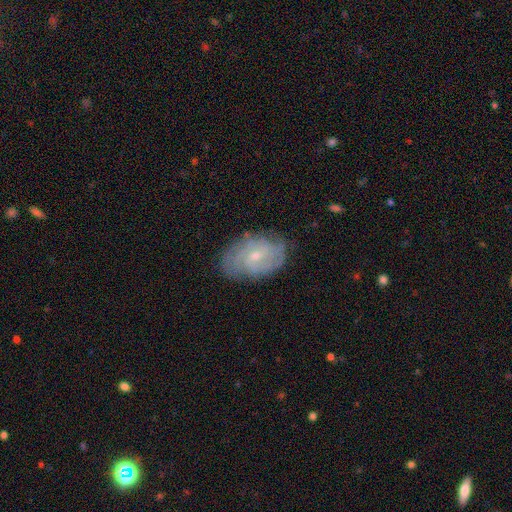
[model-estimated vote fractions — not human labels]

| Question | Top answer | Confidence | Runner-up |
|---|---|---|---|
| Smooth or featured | featured or disk | 68% | smooth (24%) |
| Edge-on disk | no | 96% | yes (4%) |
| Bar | no | 51% | weak (43%) |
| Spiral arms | yes | 88% | no (12%) |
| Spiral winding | tight | 59% | medium (31%) |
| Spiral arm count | can't tell | 46% | 2 (25%) |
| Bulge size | small | 67% | moderate (29%) |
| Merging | none | 77% | minor disturbance (17%) |